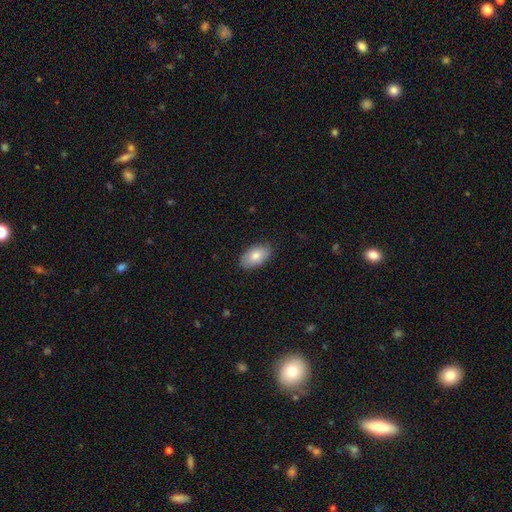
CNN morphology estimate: Smooth or featured? Predicted: smooth (p=0.81). How rounded? Predicted: in between (p=0.94). Merging? Predicted: none (p=0.86).